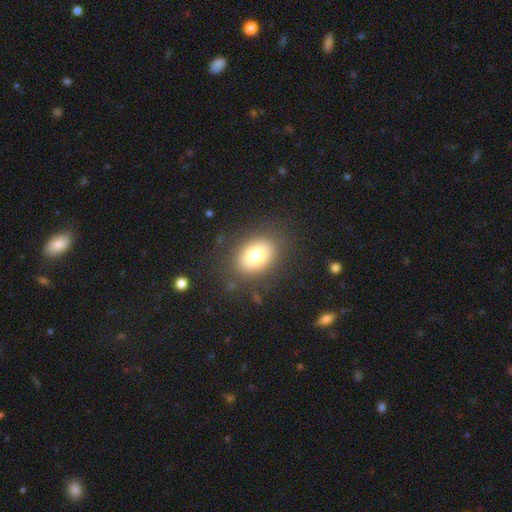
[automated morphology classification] smooth_or_featured: smooth (p=0.76) [alt: featured or disk p=0.13]
how_rounded: in between (p=0.72) [alt: round p=0.27]
merging: none (p=0.83) [alt: minor disturbance p=0.10]